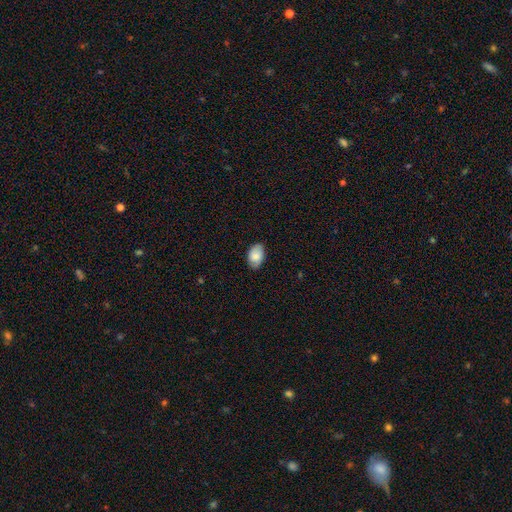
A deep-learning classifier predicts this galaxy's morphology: smooth 82%, featured or disk 11%, star or artifact 7%. Down the decision tree: how rounded — in between (90%); merging — none (80%).